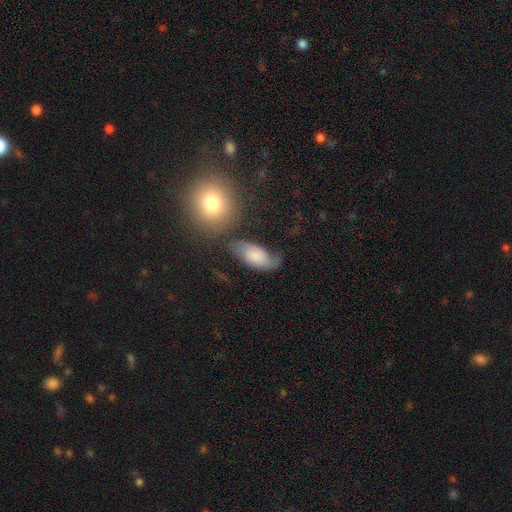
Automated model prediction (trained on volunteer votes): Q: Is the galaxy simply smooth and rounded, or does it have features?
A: smooth — 54%.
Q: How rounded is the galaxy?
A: in between — 89%.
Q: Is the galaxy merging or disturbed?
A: none — 45%.